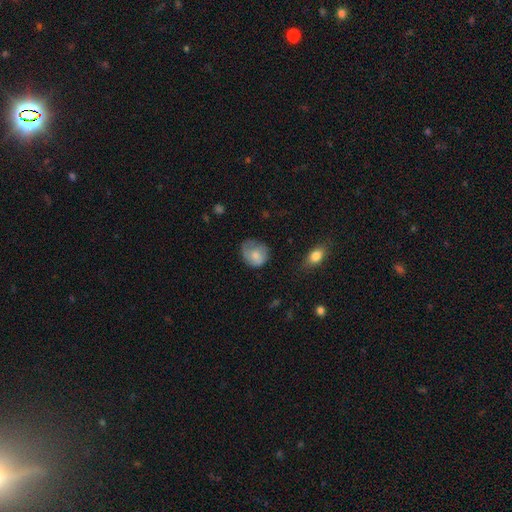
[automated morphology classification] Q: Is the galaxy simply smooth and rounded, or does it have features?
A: smooth — 73%.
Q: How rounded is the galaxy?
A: round — 70%.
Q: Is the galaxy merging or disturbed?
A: none — 47%.